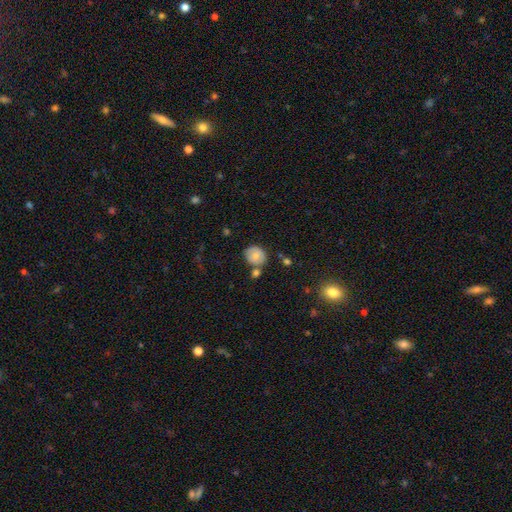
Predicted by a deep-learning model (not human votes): Q: Smooth or featured?
A: smooth (67%); runner-up: featured or disk (24%)
Q: How rounded?
A: round (70%); runner-up: in between (29%)
Q: Merging?
A: none (67%); runner-up: minor disturbance (16%)